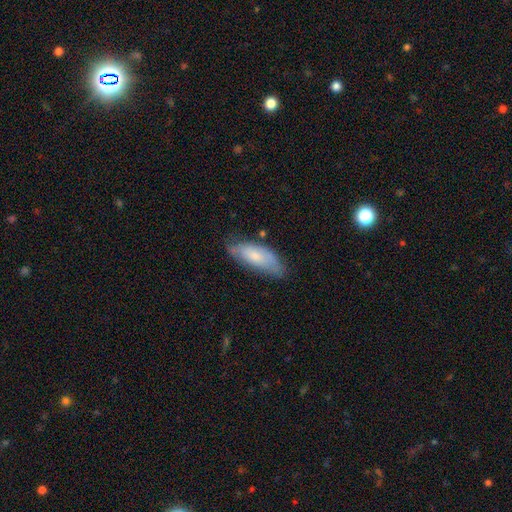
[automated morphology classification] smooth-or-featured: smooth: 65% | featured or disk: 28% | star or artifact: 6%
  how-rounded: in between: 74% | cigar-shaped: 24% | round: 2%
  merging: none: 64% | minor disturbance: 28% | major disturbance: 6% | merger: 2%